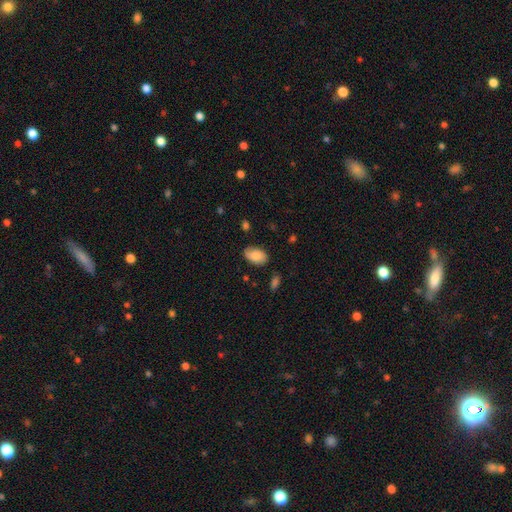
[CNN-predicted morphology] Smooth or featured? smooth (82%)
How rounded? in between (93%)
Merging? none (78%)